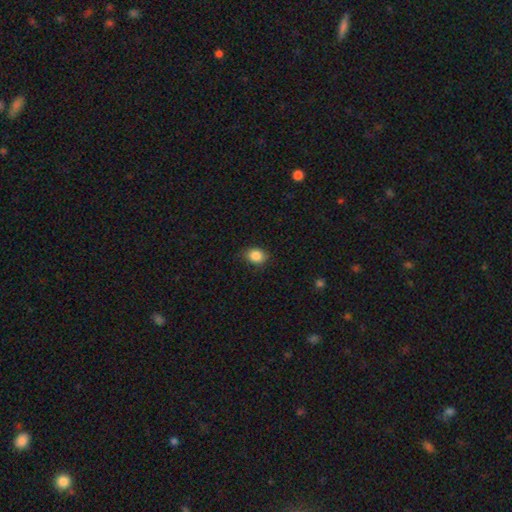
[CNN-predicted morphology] type=smooth (86%); roundness=in between (51%); merging=none (82%).